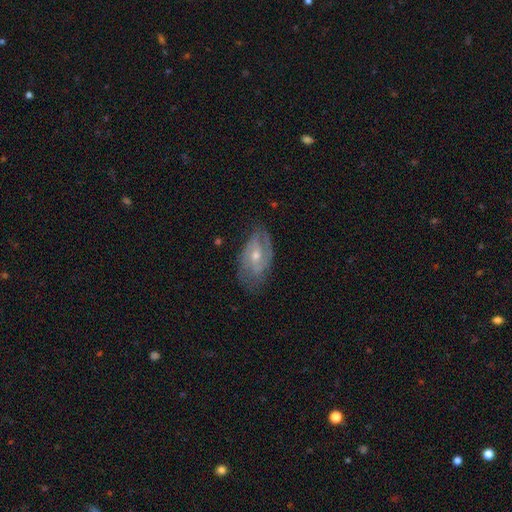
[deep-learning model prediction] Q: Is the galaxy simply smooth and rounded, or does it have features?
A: featured or disk — 78%.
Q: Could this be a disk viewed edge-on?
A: no — 94%.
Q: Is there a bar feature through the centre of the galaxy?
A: no — 48%.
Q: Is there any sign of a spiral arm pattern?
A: yes — 91%.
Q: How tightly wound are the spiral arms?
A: tight — 43%.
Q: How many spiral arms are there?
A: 2 — 62%.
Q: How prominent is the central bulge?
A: moderate — 51%.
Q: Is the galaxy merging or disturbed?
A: none — 71%.